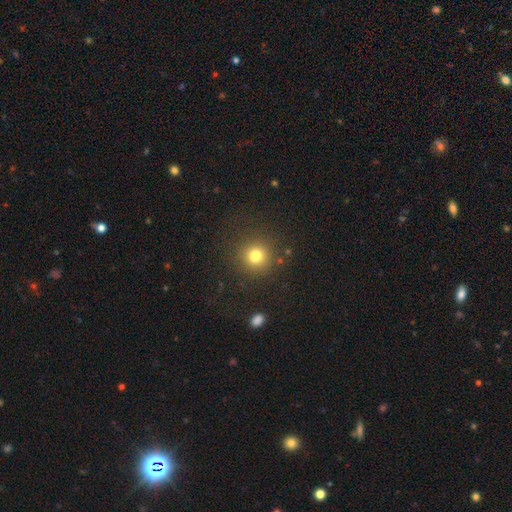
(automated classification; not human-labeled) A smooth galaxy with no disk features (78%) that is round (92%).

Vote fractions:
- Smooth or featured? smooth: 78% / star or artifact: 15% / featured or disk: 7%
- How rounded? round: 92% / in between: 7% / cigar-shaped: 1%
- Merging? none: 87% / minor disturbance: 8% / major disturbance: 4% / merger: 2%